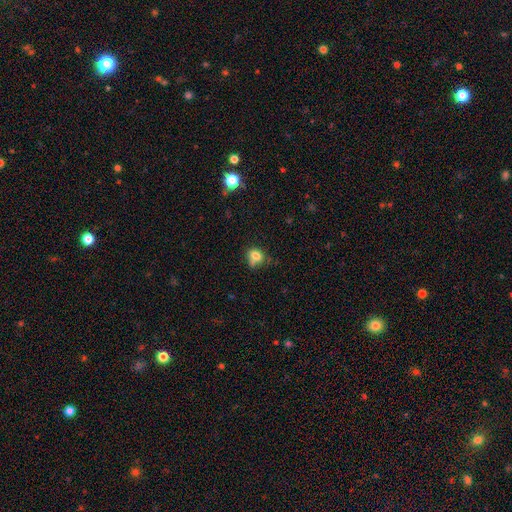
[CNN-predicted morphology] smooth_or_featured: smooth (p=0.77) [alt: star or artifact p=0.12]
how_rounded: round (p=0.60) [alt: in between p=0.39]
merging: none (p=0.49) [alt: minor disturbance p=0.28]